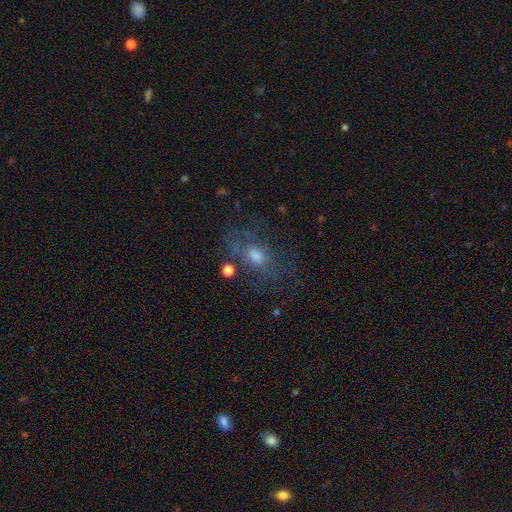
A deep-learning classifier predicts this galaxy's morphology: This is marginally a featured or disk galaxy (43%). Merging: possibly none (57%).